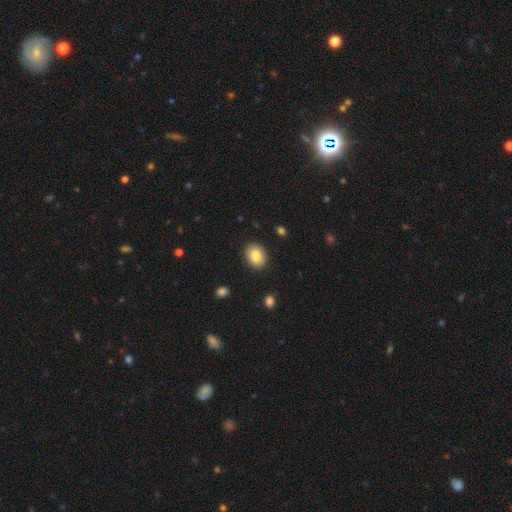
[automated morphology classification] Smooth or featured? Predicted: smooth (p=0.84). How rounded? Predicted: in between (p=0.68). Merging? Predicted: none (p=0.88).